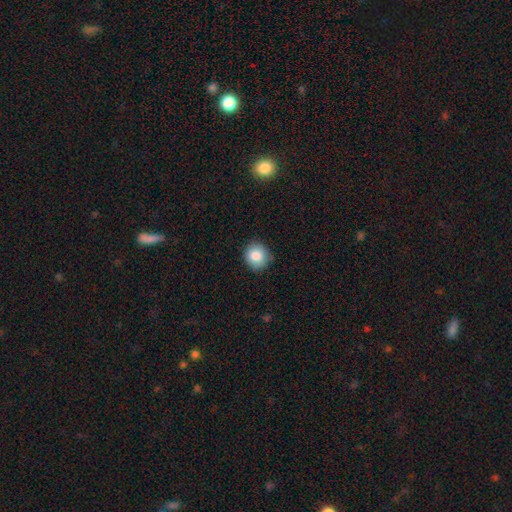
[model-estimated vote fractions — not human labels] This appears to be a smooth galaxy with no disk features (84%) that is round (87%). Merging: none (80%).